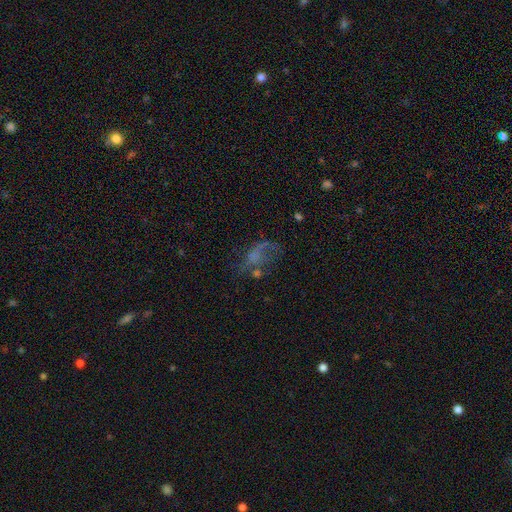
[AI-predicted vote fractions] Smooth or featured? Predicted: featured or disk (p=0.47). Merging? Predicted: major disturbance (p=0.40).